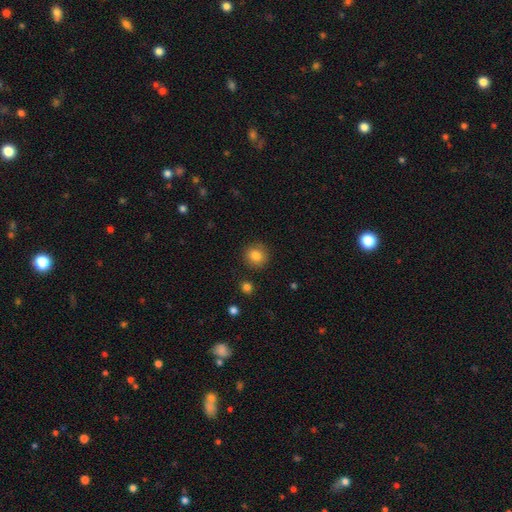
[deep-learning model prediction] A smooth galaxy with no disk features (84%) that is round (90%).

Vote fractions:
- Smooth or featured? smooth: 84% / star or artifact: 10% / featured or disk: 6%
- How rounded? round: 90% / in between: 9% / cigar-shaped: 1%
- Merging? none: 89% / minor disturbance: 7% / major disturbance: 2% / merger: 2%